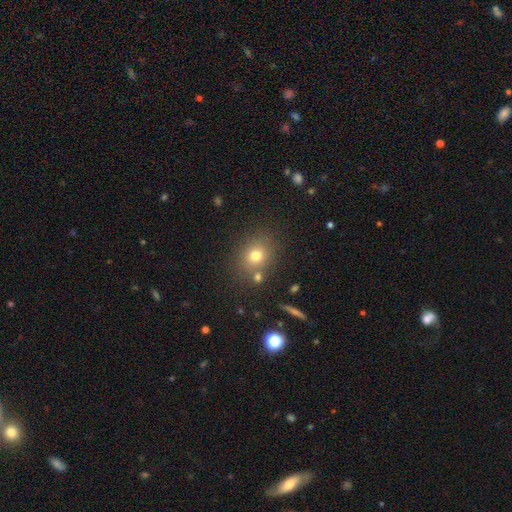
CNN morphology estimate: The model was most divided on "how rounded": round: 69%, in between: 30%, cigar-shaped: 1%. More confident: merging — none (75%); smooth or featured — smooth (73%).